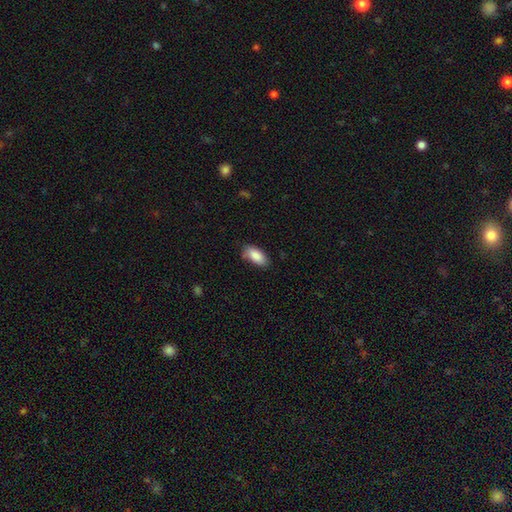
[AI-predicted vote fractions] smooth-or-featured: smooth: 88% | star or artifact: 7% | featured or disk: 6%
  how-rounded: in between: 91% | cigar-shaped: 6% | round: 2%
  merging: none: 76% | minor disturbance: 19% | major disturbance: 3% | merger: 2%